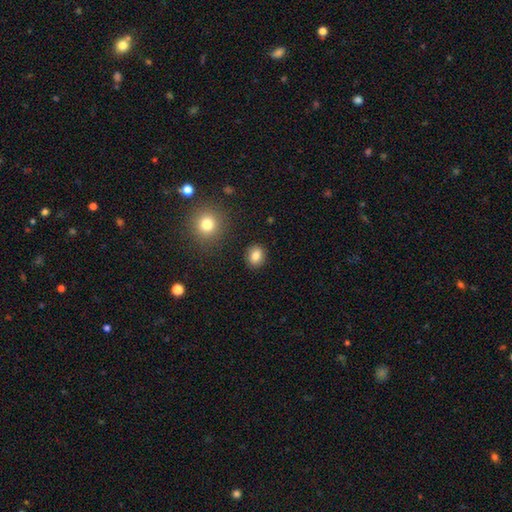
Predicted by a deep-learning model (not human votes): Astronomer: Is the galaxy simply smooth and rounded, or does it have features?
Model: smooth — 83%.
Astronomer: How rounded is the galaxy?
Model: round — 63%.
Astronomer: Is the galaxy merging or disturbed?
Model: none — 89%.